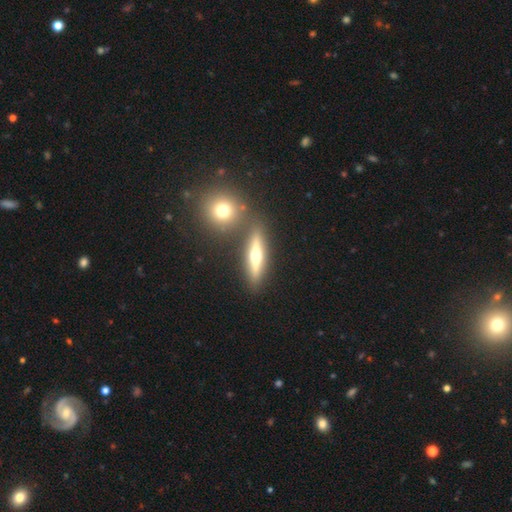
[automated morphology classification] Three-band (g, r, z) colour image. It shows a featured or disk galaxy (62%) viewed edge-on (92%) with a rounded central bulge (93%). Merging: none (80%).